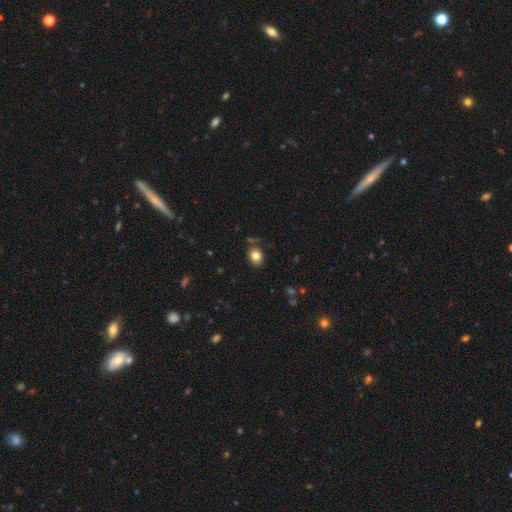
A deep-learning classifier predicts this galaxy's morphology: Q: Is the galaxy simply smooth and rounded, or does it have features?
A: smooth — 81%.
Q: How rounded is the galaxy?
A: round — 51%.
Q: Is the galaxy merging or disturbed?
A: none — 80%.